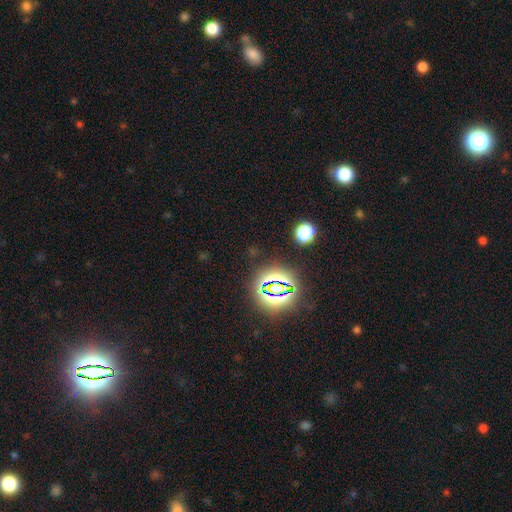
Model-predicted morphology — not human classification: smooth_or_featured: star or artifact (p=0.77) [alt: smooth p=0.16]